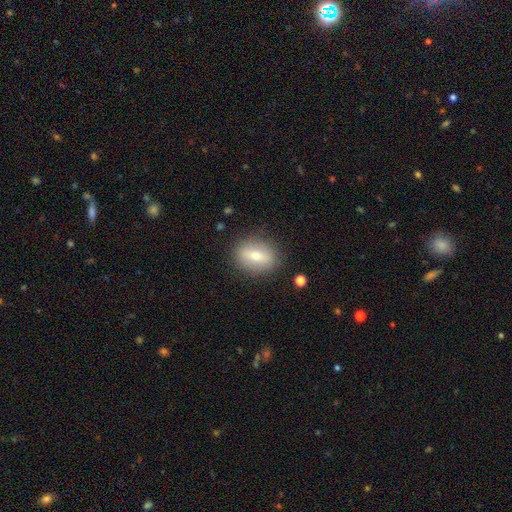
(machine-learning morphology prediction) Smooth or featured? smooth (63%)
How rounded? in between (57%)
Merging? none (84%)